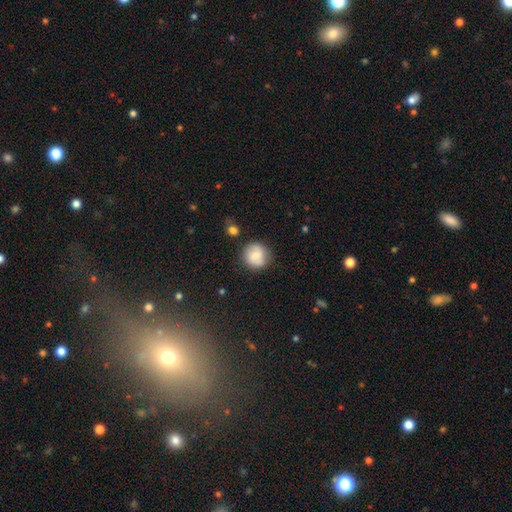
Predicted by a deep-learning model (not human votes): A smooth galaxy with no disk features (69%) that is round (89%). Merging: none (78%).